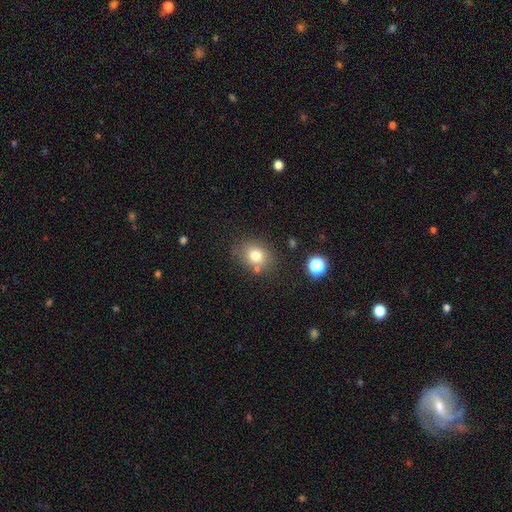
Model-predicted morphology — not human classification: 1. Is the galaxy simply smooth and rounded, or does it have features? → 78% smooth, 12% star or artifact, 10% featured or disk.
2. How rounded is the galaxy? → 58% round, 42% in between, 1% cigar-shaped.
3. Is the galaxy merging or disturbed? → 72% none, 15% minor disturbance, 8% merger, 5% major disturbance.